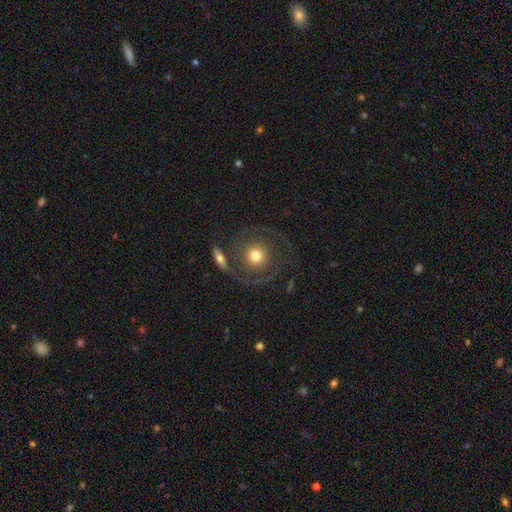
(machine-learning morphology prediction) Smooth or featured? Predicted: featured or disk (p=0.66). Edge-on disk? Predicted: no (p=0.96). Bar? Predicted: no (p=0.83). Spiral arms? Predicted: yes (p=0.79). Bulge size? Predicted: moderate (p=0.66). Merging? Predicted: none (p=0.65).